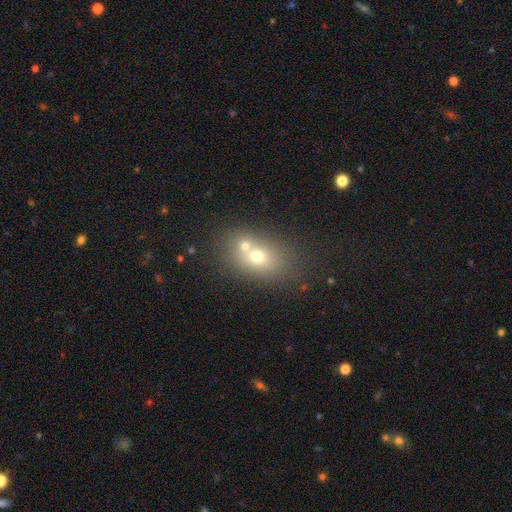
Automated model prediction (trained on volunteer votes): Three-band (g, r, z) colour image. It shows a smooth galaxy with no disk features (62%) that is in between round and cigar-shaped (62%). Merging: merger (47%).